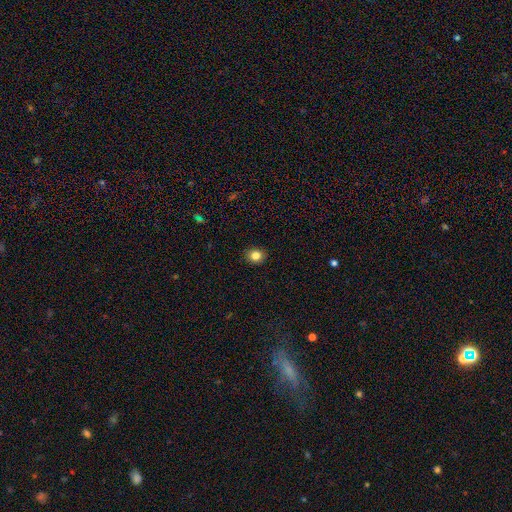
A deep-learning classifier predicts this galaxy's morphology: Smooth or featured? smooth (83%)
How rounded? round (74%)
Merging? none (91%)